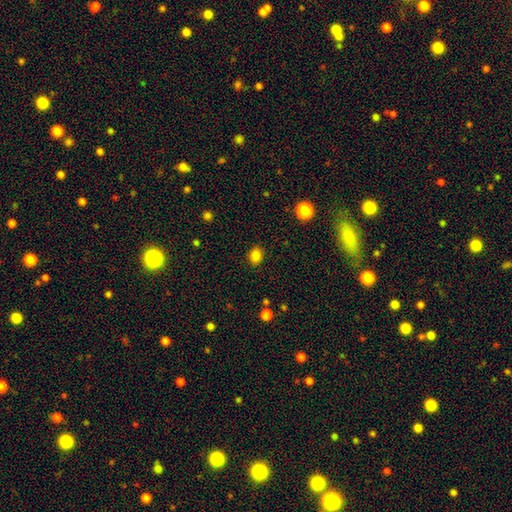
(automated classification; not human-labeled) Overall: smooth (85%). How rounded: in between (52%; round 48%). Merging: none (87%).